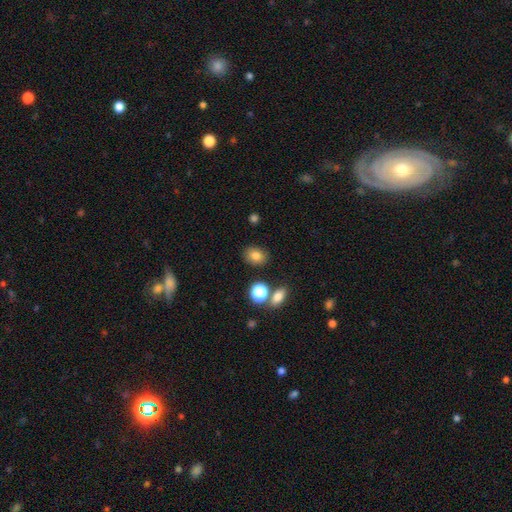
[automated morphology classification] Smooth or featured? Predicted: smooth (p=0.80). How rounded? Predicted: in between (p=0.55). Merging? Predicted: none (p=0.82).